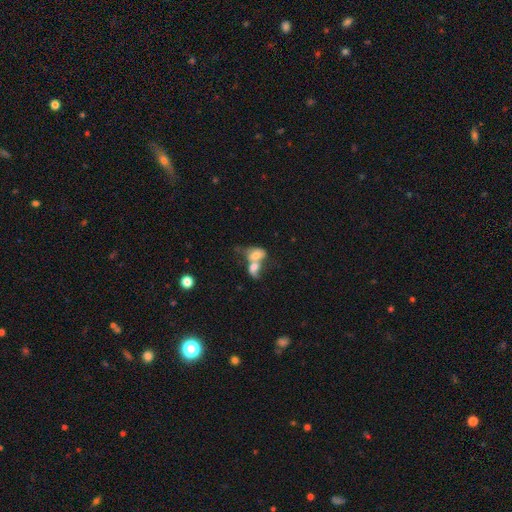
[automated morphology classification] type=smooth (64%); roundness=in between (82%); merging=merger (79%).